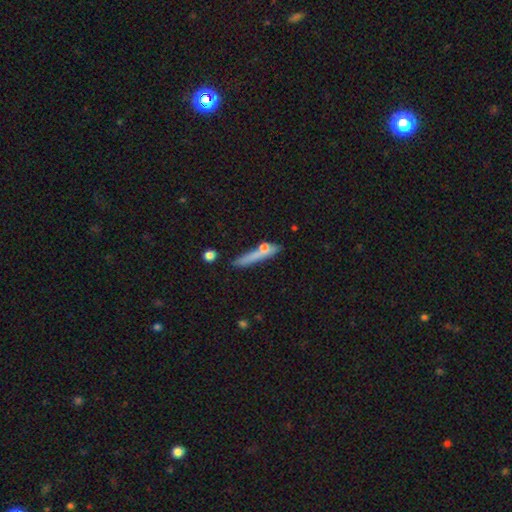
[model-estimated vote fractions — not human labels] Smooth or featured? smooth (60%)
How rounded? cigar-shaped (88%)
Merging? none (62%)